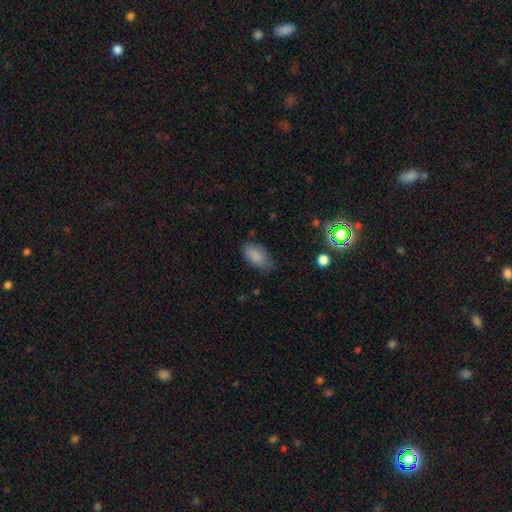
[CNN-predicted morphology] smooth-or-featured: smooth: 86% | star or artifact: 7% | featured or disk: 6%
  how-rounded: in between: 93% | round: 4% | cigar-shaped: 3%
  merging: none: 68% | minor disturbance: 25% | major disturbance: 6% | merger: 1%